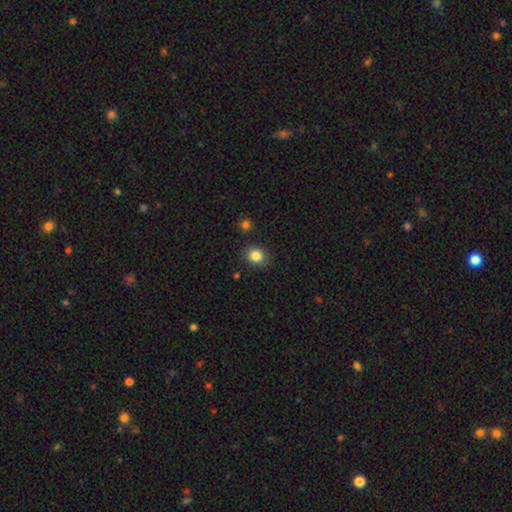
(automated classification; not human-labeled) smooth-or-featured: smooth: 85% | star or artifact: 10% | featured or disk: 5%
  how-rounded: round: 60% | in between: 39% | cigar-shaped: 1%
  merging: none: 85% | minor disturbance: 10% | major disturbance: 3% | merger: 2%